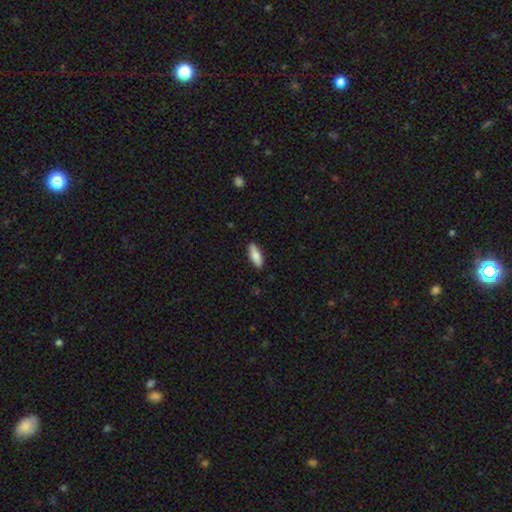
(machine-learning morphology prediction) smooth 81%, featured or disk 13%, star or artifact 6%. Down the decision tree: how rounded — in between (66%); merging — none (87%).